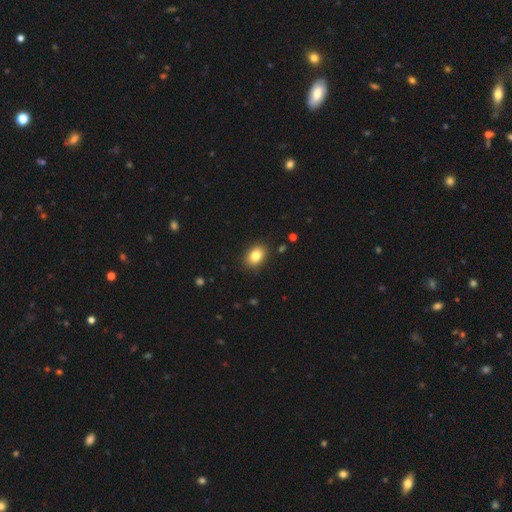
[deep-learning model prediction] smooth_or_featured: smooth (p=0.83) [alt: star or artifact p=0.09]
how_rounded: in between (p=0.72) [alt: round p=0.27]
merging: none (p=0.87) [alt: minor disturbance p=0.09]